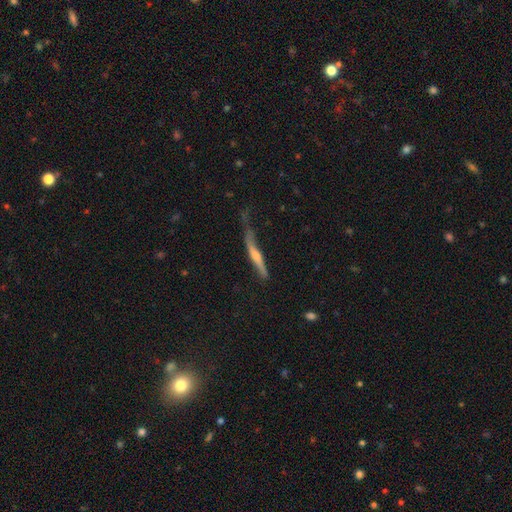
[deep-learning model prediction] Morphology: type=featured or disk (57%); edge-on=yes (89%); edge-on bulge=rounded (69%); merging=none (42%).